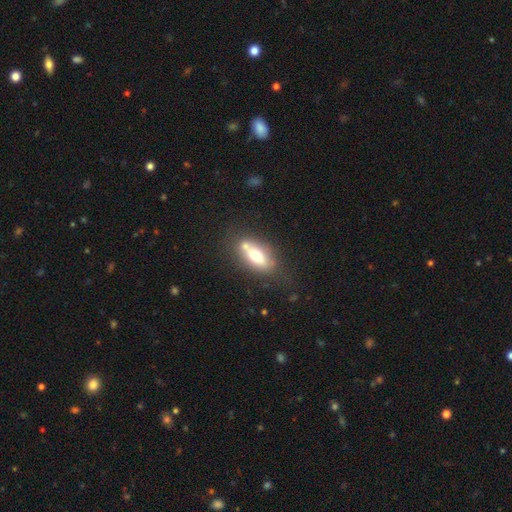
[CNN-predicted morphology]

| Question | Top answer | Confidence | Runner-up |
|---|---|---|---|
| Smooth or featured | smooth | 60% | featured or disk (32%) |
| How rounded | in between | 79% | cigar-shaped (17%) |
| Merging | none | 59% | merger (19%) |